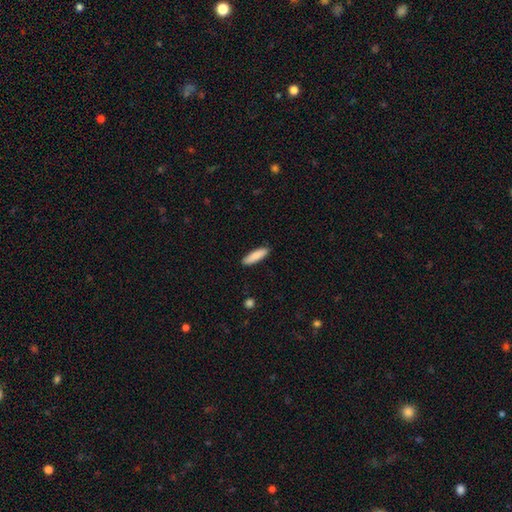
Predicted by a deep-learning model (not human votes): A smooth galaxy with no disk features (87%) that is cigar-shaped (65%).

Vote fractions:
- Smooth or featured? smooth: 87% / featured or disk: 7% / star or artifact: 6%
- How rounded? cigar-shaped: 65% / in between: 34% / round: 1%
- Merging? none: 89% / minor disturbance: 9% / major disturbance: 2% / merger: 1%